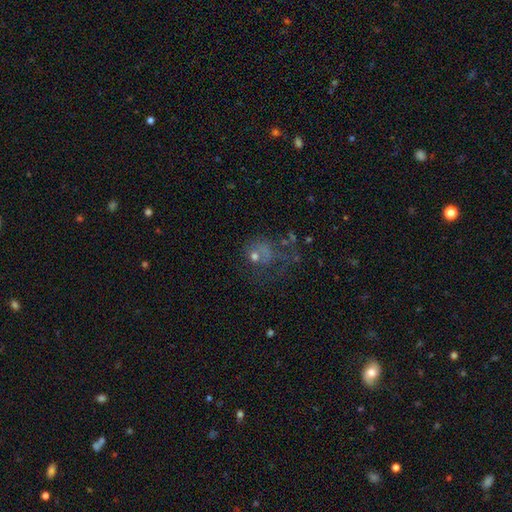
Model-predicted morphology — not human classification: smooth-or-featured: smooth: 39% | featured or disk: 37% | star or artifact: 23%
  merging: major disturbance: 43% | none: 33% | minor disturbance: 15% | merger: 8%